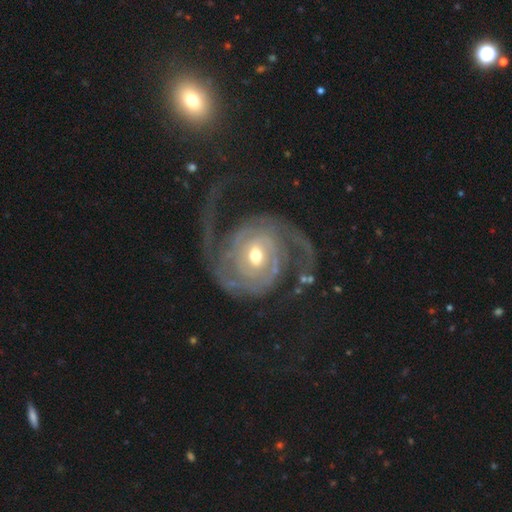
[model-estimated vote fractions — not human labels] smooth-or-featured: featured or disk: 89% | smooth: 7% | star or artifact: 5%
  disk-edge-on: no: 97% | yes: 3%
    bar: no: 49% | weak: 37% | strong: 13%
    has-spiral-arms: yes: 93% | no: 7%
      spiral-winding: tight: 51% | medium: 31% | loose: 19%
      spiral-arm-count: 2: 48% | can't tell: 18% | 3: 13% | 1: 9% | 4: 7% | more than 4: 6%
    bulge-size: moderate: 63% | small: 31% | large: 5% | dominant: 1% | none: 1%
  merging: none: 52% | major disturbance: 29% | minor disturbance: 16% | merger: 3%